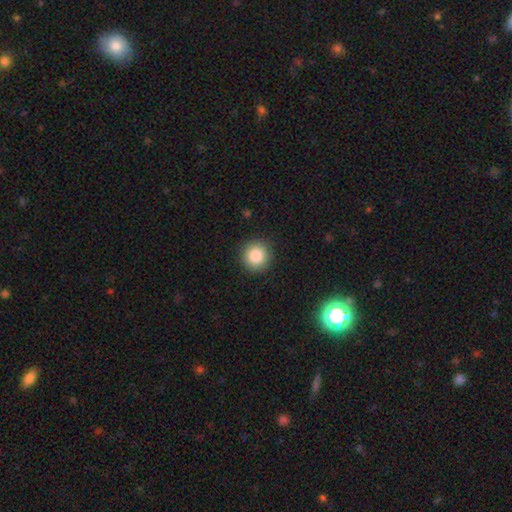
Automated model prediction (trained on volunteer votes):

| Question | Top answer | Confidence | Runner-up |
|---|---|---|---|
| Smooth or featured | smooth | 87% | star or artifact (9%) |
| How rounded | round | 94% | in between (5%) |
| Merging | none | 91% | minor disturbance (6%) |